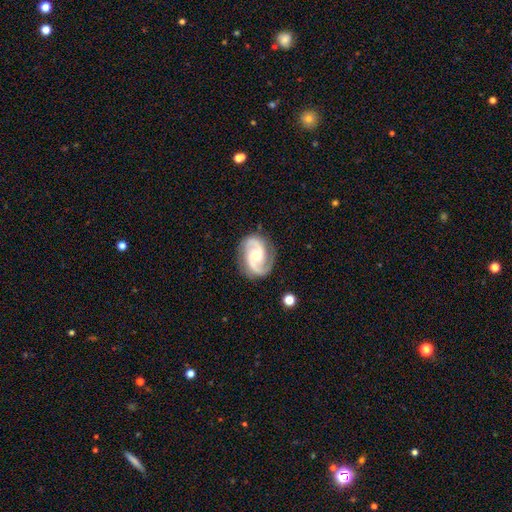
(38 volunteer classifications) This is clearly a featured or disk galaxy (95%). It is clearly not viewed edge-on (100%). Bar: possibly weak (47%). Spiral arm pattern: clearly yes (100%). Spiral arm count: clearly 2 (97%). Spiral winding: possibly medium (58%). Central bulge: possibly small (53%). Merging: clearly none (81%).